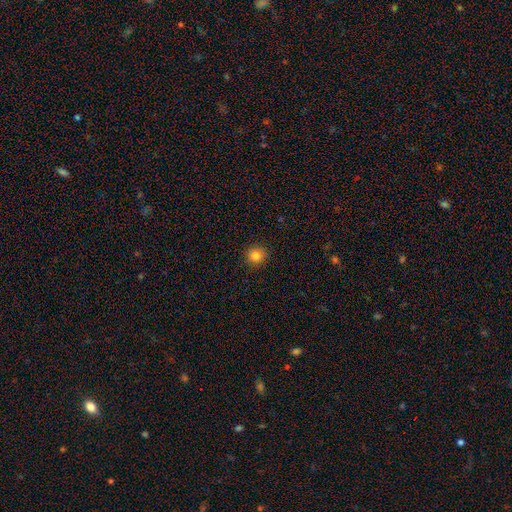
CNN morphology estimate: smooth_or_featured: smooth (p=0.82) [alt: star or artifact p=0.12]
how_rounded: round (p=0.92) [alt: in between p=0.07]
merging: none (p=0.92) [alt: minor disturbance p=0.05]